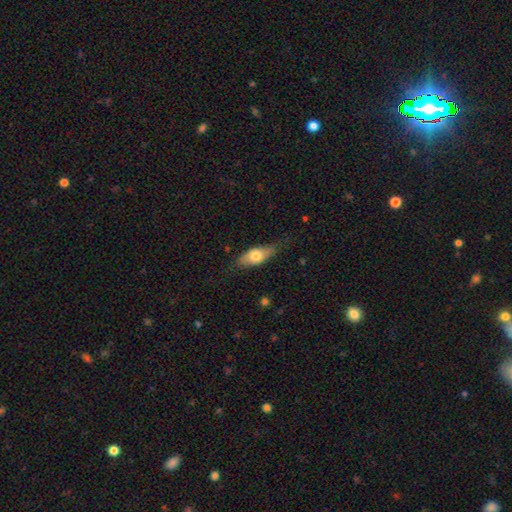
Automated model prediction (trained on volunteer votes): Morphology: type=smooth (66%); roundness=in between (79%); merging=none (69%).